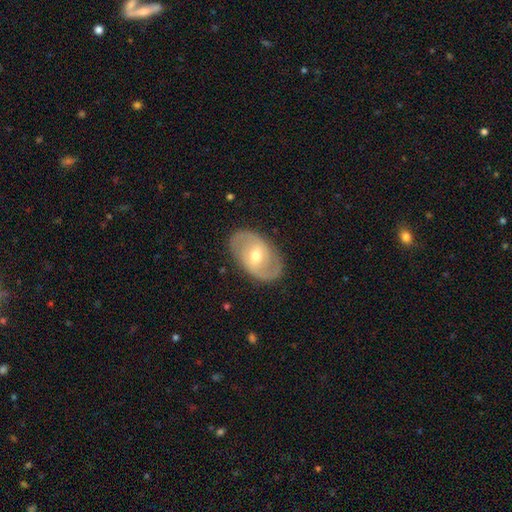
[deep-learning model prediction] Smooth or featured? featured or disk (77%)
Edge-on disk? no (95%)
Bar? weak (47%)
Spiral arms? yes (83%)
Spiral winding? medium (46%)
Spiral arm count? 2 (86%)
Bulge size? moderate (71%)
Merging? none (84%)